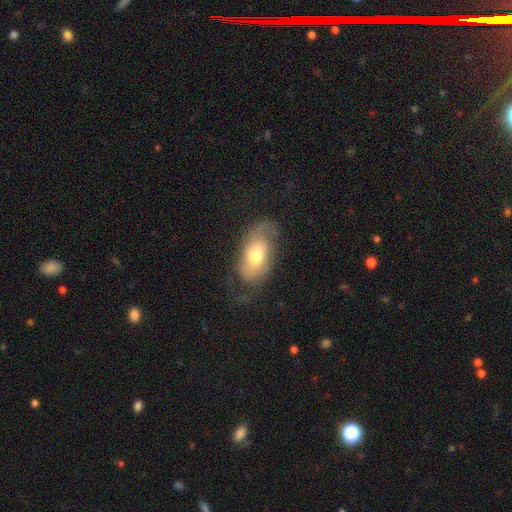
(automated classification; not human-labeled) Overall: featured or disk (49%; smooth 44%). Merging: none (52%; minor disturbance 24%).